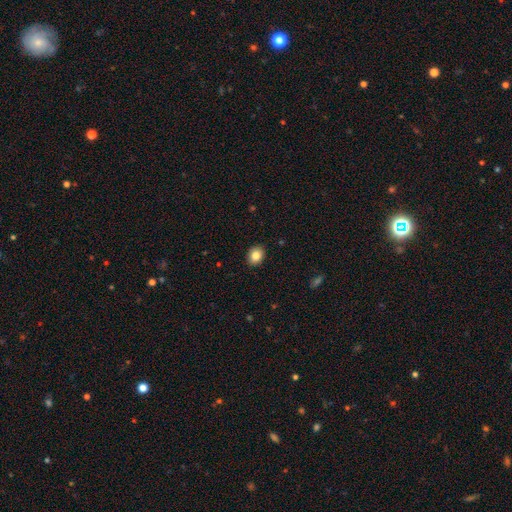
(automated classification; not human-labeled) Smooth or featured?
  - smooth: 83% *
  - star or artifact: 9%
  - featured or disk: 7%
How rounded?
  - round: 50% *
  - in between: 49%
  - cigar-shaped: 1%
Merging?
  - none: 90% *
  - minor disturbance: 7%
  - major disturbance: 2%
  - merger: 1%